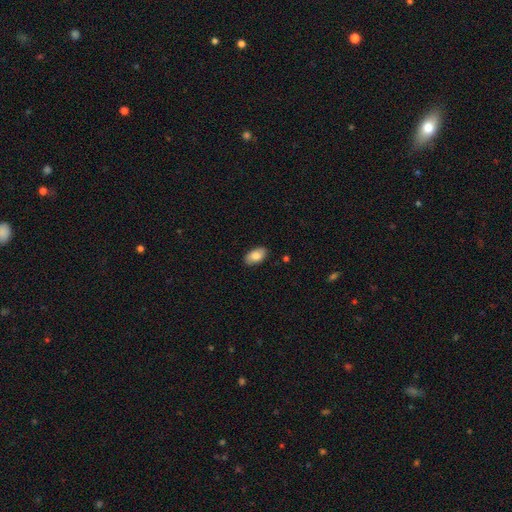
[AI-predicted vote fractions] A smooth galaxy with no disk features (83%) that is in between round and cigar-shaped (94%).

Vote fractions:
- Smooth or featured? smooth: 83% / featured or disk: 11% / star or artifact: 7%
- How rounded? in between: 94% / round: 4% / cigar-shaped: 2%
- Merging? none: 88% / minor disturbance: 9% / major disturbance: 2% / merger: 1%